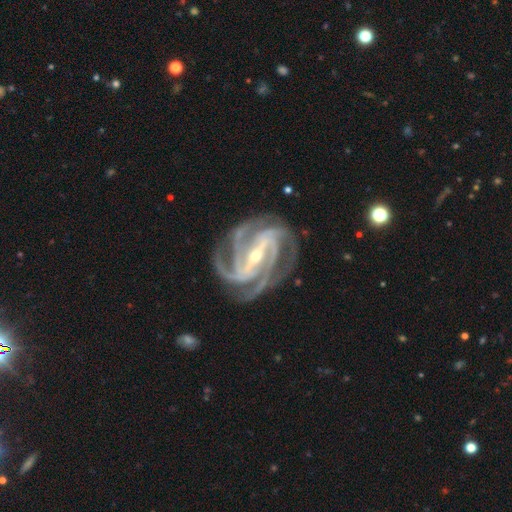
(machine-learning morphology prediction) featured or disk 95%, star or artifact 4%, smooth 2%. Down the decision tree: edge-on disk — no (98%); bar — strong (70%); spiral arms — yes (99%); spiral arm count — 4 (46%); spiral winding — tight (55%); bulge size — small (63%); merging — none (76%).